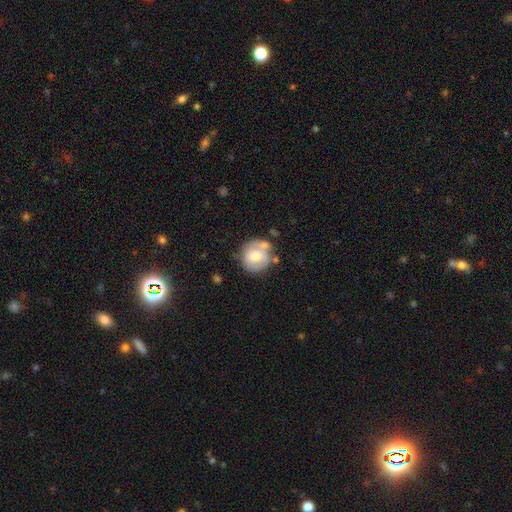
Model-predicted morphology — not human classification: smooth 63%, featured or disk 29%, star or artifact 7%. Down the decision tree: how rounded — round (89%); merging — none (56%).